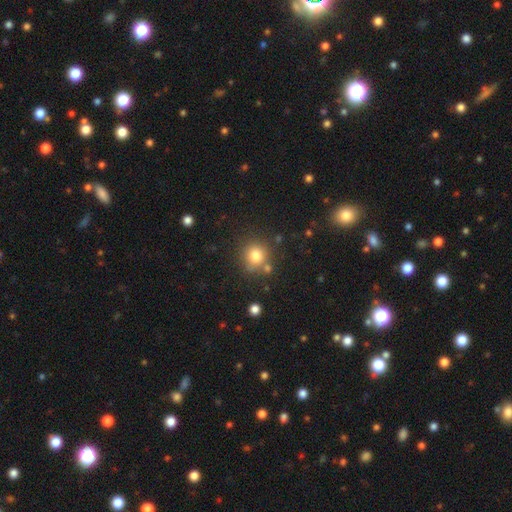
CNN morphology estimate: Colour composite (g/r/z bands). It shows a smooth galaxy with no disk features (79%) that is round (89%). Merging: none (76%).